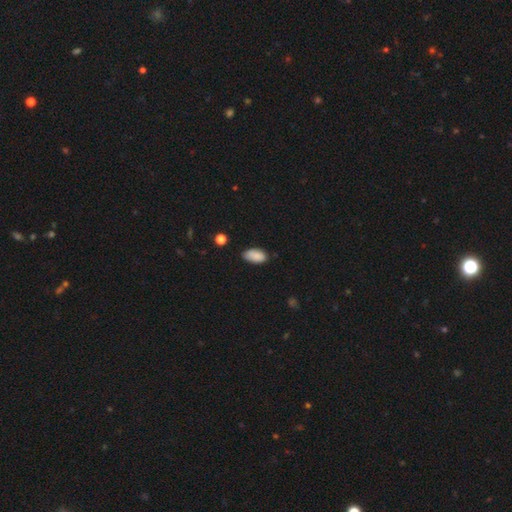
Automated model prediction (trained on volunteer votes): A smooth galaxy with no disk features (88%) that is in between round and cigar-shaped (94%). Merging: none (76%).